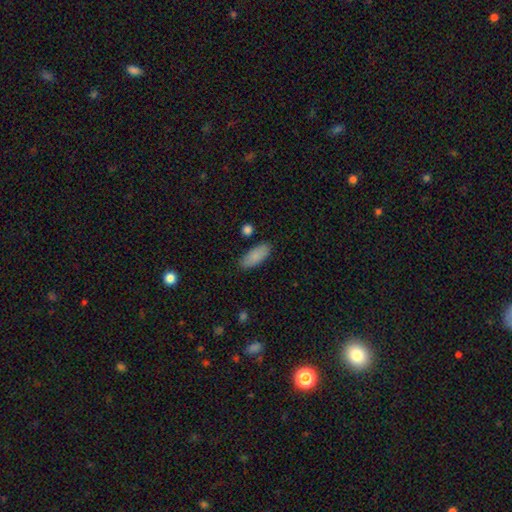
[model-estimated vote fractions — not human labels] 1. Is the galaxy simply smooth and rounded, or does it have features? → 85% smooth, 9% featured or disk, 6% star or artifact.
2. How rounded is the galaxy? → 82% in between, 16% cigar-shaped, 2% round.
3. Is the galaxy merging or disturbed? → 83% none, 12% minor disturbance, 3% major disturbance, 2% merger.